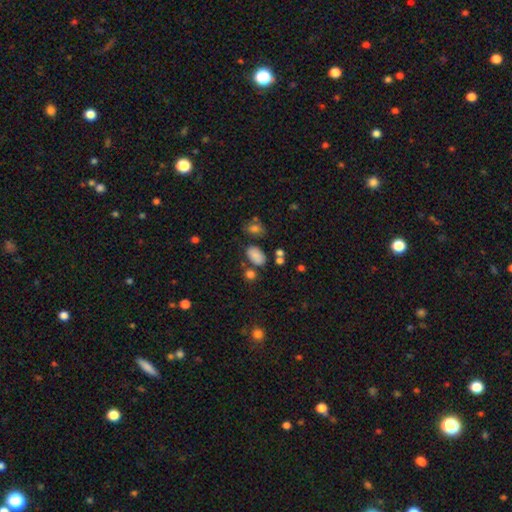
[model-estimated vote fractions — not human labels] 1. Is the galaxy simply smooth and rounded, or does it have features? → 81% smooth, 13% star or artifact, 6% featured or disk.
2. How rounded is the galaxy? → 89% in between, 10% round, 2% cigar-shaped.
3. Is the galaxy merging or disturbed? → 67% none, 16% minor disturbance, 12% merger, 5% major disturbance.